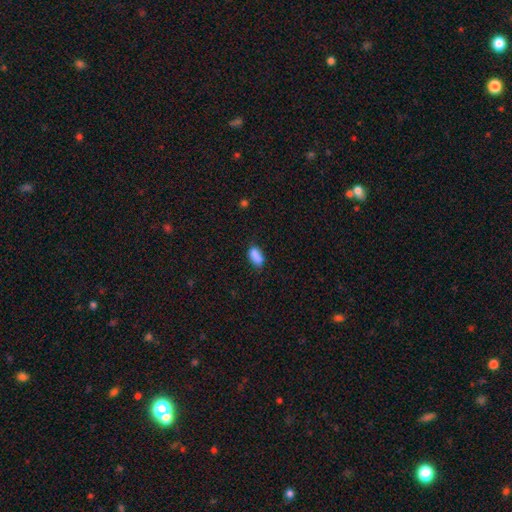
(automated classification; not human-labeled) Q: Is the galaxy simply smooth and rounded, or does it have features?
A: smooth — 85%.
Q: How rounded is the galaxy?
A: in between — 90%.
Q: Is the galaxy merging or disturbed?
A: none — 61%.